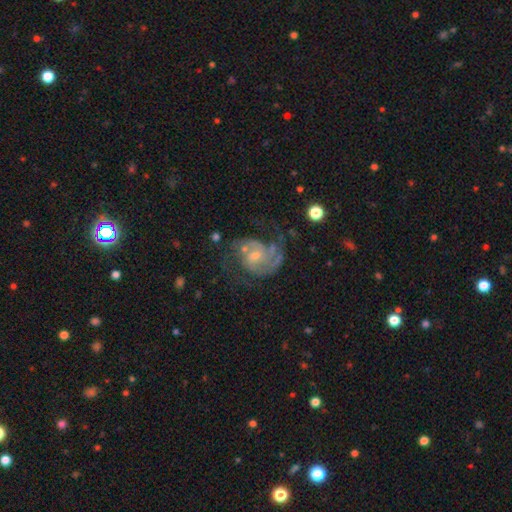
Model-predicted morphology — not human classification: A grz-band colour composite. It shows a featured or disk galaxy (86%) with no bar (60%), 2 (61%) medium (49%) spiral arms (95%) and a small central bulge (60%). Merging: none (55%).